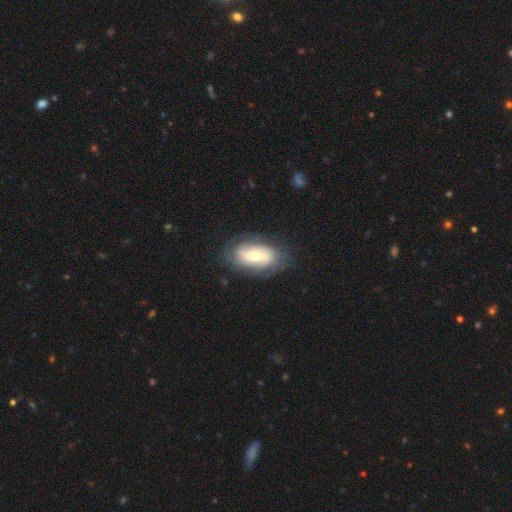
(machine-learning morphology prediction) Smooth or featured?
  - featured or disk: 61% *
  - smooth: 32%
  - star or artifact: 7%
Edge-on disk?
  - no: 92% *
  - yes: 8%
Bar?
  - no: 41% *
  - weak: 38%
  - strong: 22%
Spiral arms?
  - yes: 79% *
  - no: 21%
Bulge size?
  - moderate: 54% *
  - small: 36%
  - large: 7%
  - none: 1%
  - dominant: 1%
Merging?
  - none: 75% *
  - minor disturbance: 17%
  - major disturbance: 7%
  - merger: 1%